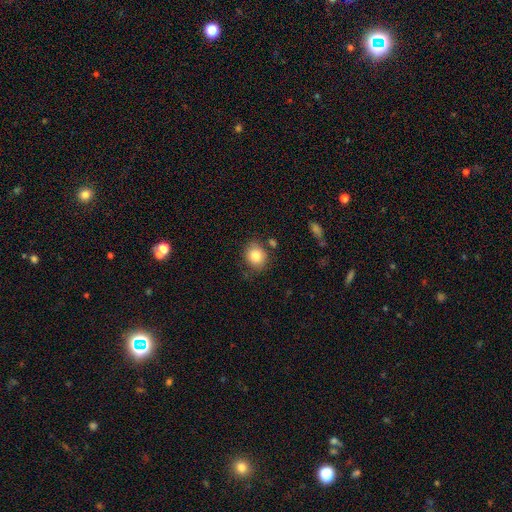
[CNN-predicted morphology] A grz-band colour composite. It shows a smooth galaxy with no disk features (83%) that is round (70%). Merging: none (77%).